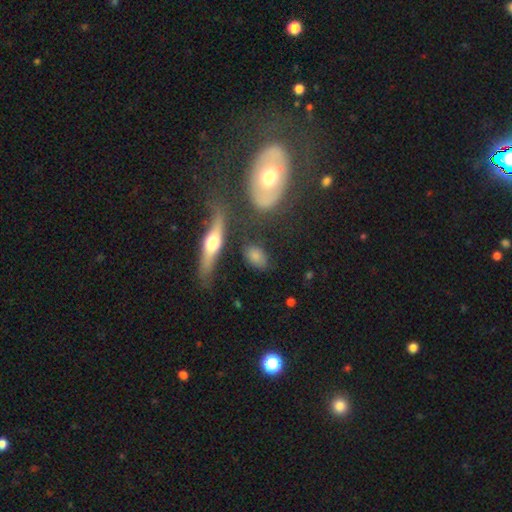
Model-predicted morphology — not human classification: smooth 71%, featured or disk 19%, star or artifact 10%. Down the decision tree: how rounded — in between (76%); merging — none (72%).